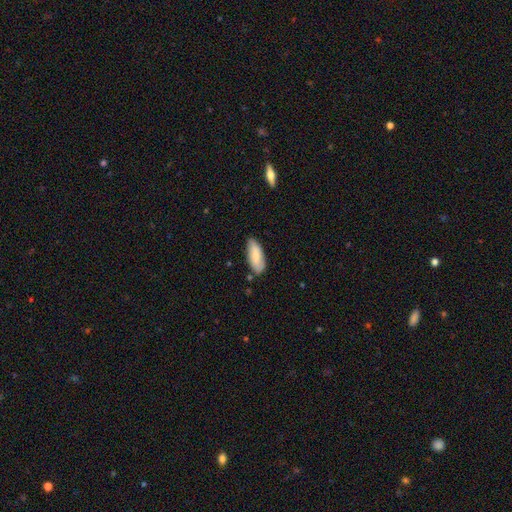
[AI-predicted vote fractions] smooth-or-featured: smooth: 79% | featured or disk: 15% | star or artifact: 6%
  how-rounded: in between: 80% | cigar-shaped: 18% | round: 2%
  merging: none: 79% | minor disturbance: 16% | major disturbance: 2% | merger: 2%